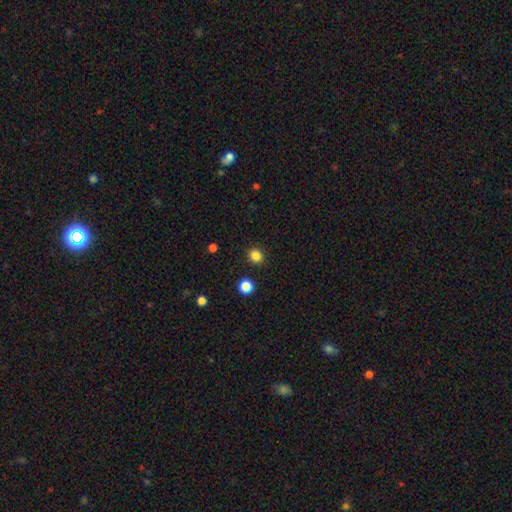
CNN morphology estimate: Overall: smooth (84%). How rounded: round (75%). Merging: none (90%).